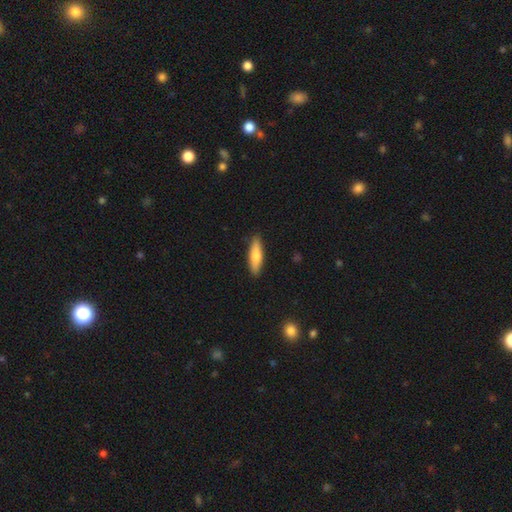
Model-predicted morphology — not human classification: This is likely a smooth galaxy (70%). How rounded: likely cigar-shaped (63%). Merging: clearly none (89%).